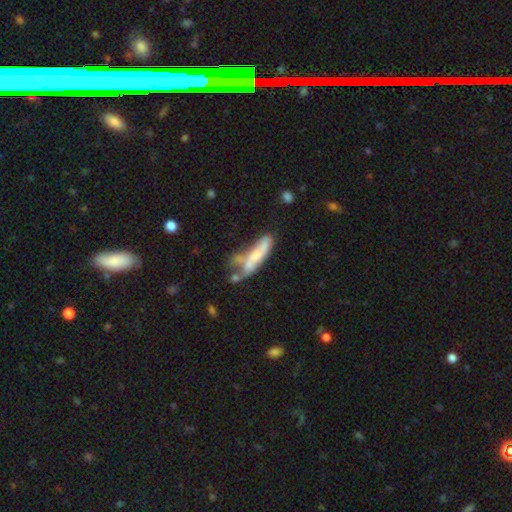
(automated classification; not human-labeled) smooth_or_featured: smooth (p=0.49) [alt: featured or disk p=0.43]
merging: merger (p=0.30) [alt: none p=0.28]